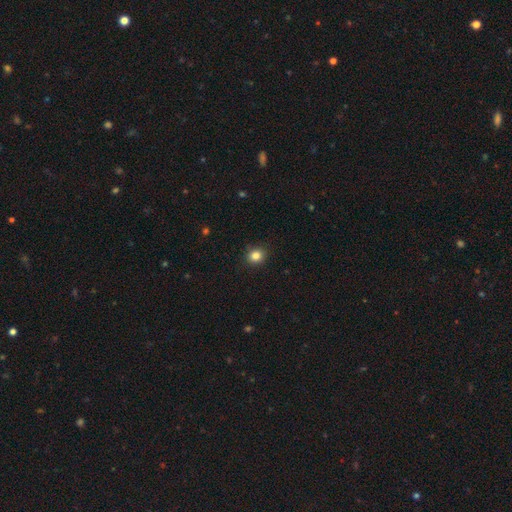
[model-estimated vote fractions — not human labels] This appears to be a smooth galaxy with no disk features (84%) that is round (80%). Merging: none (89%).